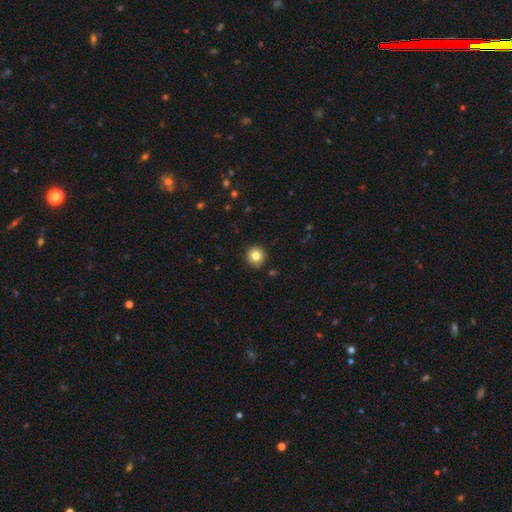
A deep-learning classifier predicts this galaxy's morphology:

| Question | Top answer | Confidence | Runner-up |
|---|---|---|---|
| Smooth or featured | smooth | 82% | star or artifact (10%) |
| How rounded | round | 94% | in between (5%) |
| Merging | none | 91% | minor disturbance (6%) |